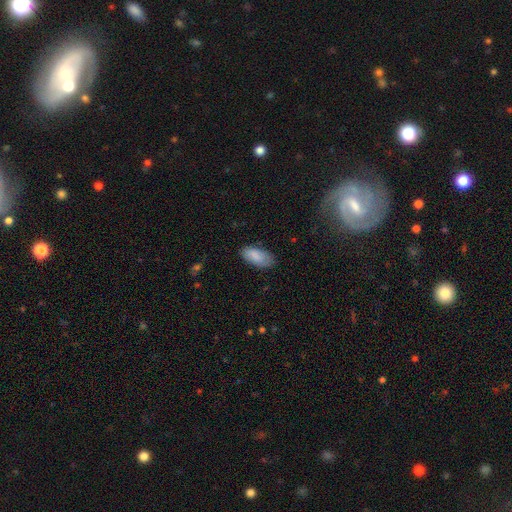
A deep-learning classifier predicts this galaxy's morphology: The model was most divided on "merging": none: 78%, minor disturbance: 18%, major disturbance: 4%, merger: 1%. More confident: how rounded — in between (92%); smooth or featured — smooth (87%).